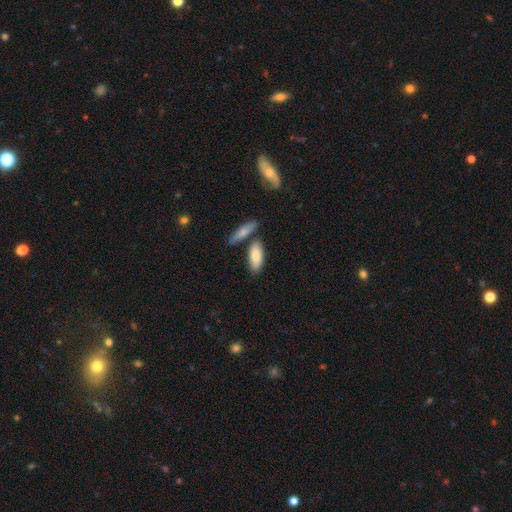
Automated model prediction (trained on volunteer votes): The model was most divided on "merging": none: 68%, merger: 17%, minor disturbance: 13%, major disturbance: 3%. More confident: smooth or featured — smooth (81%); how rounded — in between (78%).